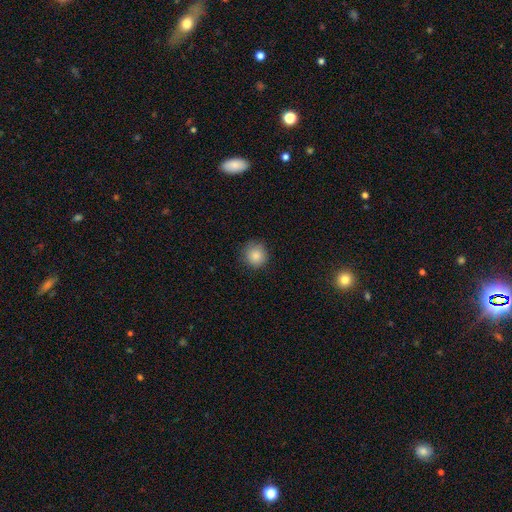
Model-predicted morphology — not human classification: smooth-or-featured: smooth: 86% | star or artifact: 10% | featured or disk: 5%
  how-rounded: round: 93% | in between: 6% | cigar-shaped: 1%
  merging: none: 85% | minor disturbance: 11% | major disturbance: 3% | merger: 1%